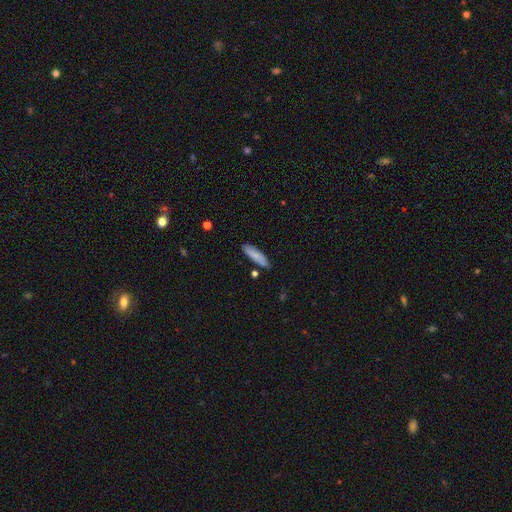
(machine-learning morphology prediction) Overall: smooth (81%). How rounded: cigar-shaped (67%; in between 31%). Merging: none (83%).